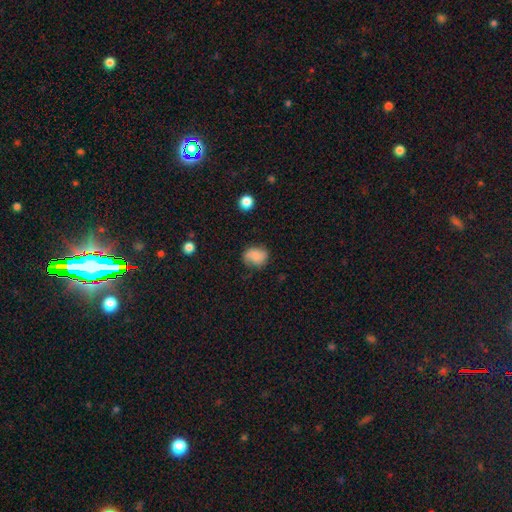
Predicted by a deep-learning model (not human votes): Smooth or featured: smooth — 69% (featured or disk — 22%)
How rounded: round — 52% (in between — 47%)
Merging: none — 66% (minor disturbance — 24%)